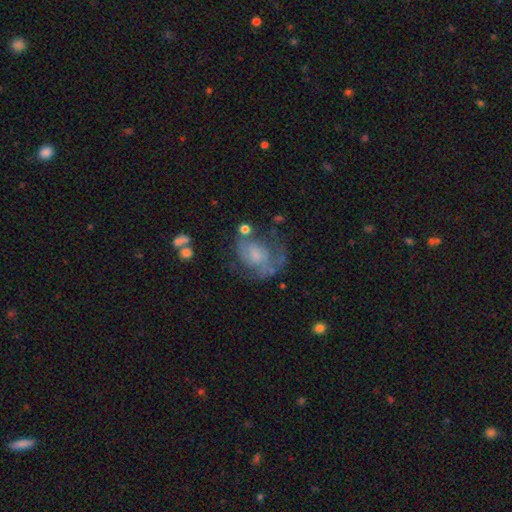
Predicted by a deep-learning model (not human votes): smooth_or_featured: featured or disk (p=0.63) [alt: smooth p=0.27]
disk_edge_on: no (p=0.97) [alt: yes p=0.03]
bar: no (p=0.69) [alt: weak p=0.26]
has_spiral_arms: yes (p=0.69) [alt: no p=0.31]
bulge_size: small (p=0.42) [alt: moderate p=0.26]
merging: none (p=0.43) [alt: major disturbance p=0.29]